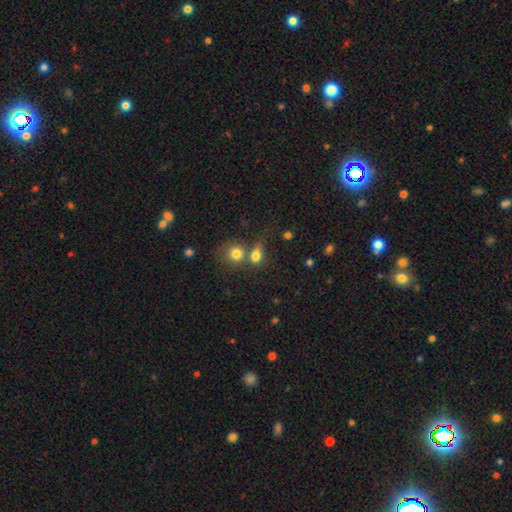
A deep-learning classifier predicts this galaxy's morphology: smooth 78%, star or artifact 12%, featured or disk 10%. Down the decision tree: how rounded — in between (58%); merging — merger (45%).